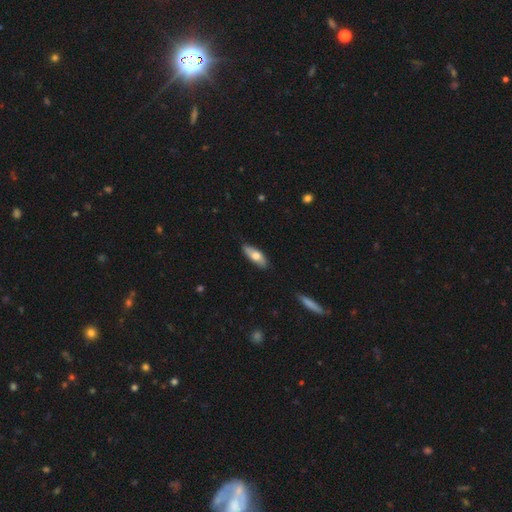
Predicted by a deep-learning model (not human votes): smooth_or_featured: smooth (p=0.65) [alt: featured or disk p=0.30]
how_rounded: in between (p=0.65) [alt: cigar-shaped p=0.32]
merging: none (p=0.82) [alt: minor disturbance p=0.14]